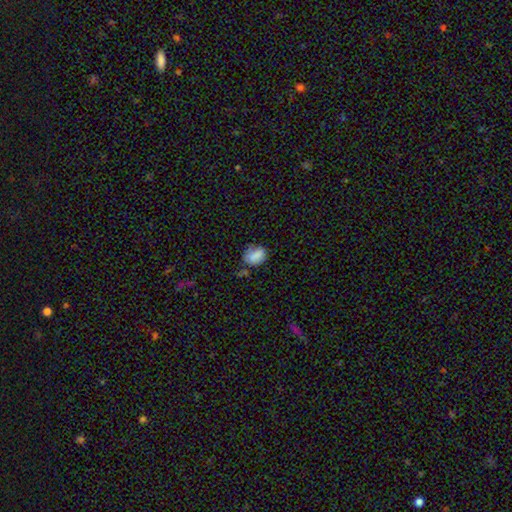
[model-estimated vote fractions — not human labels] Morphology: type=smooth (81%); roundness=in between (65%); merging=none (53%).